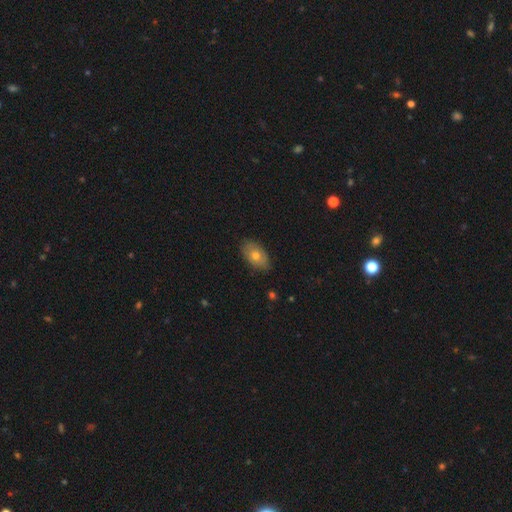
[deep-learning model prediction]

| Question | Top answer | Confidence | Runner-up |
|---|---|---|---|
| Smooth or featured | smooth | 64% | featured or disk (27%) |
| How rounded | in between | 91% | round (7%) |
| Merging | none | 83% | minor disturbance (14%) |